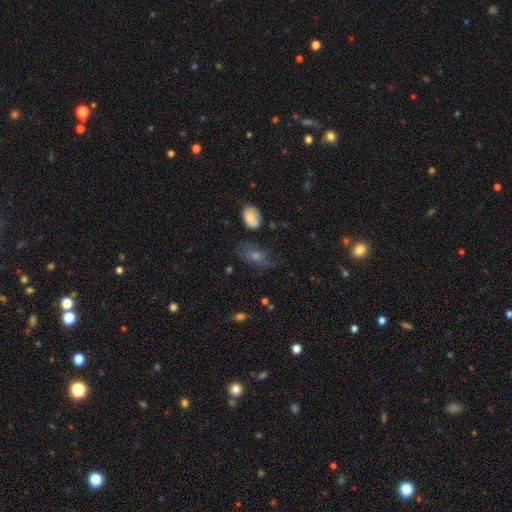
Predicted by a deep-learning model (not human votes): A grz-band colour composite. It shows a smooth galaxy with no disk features (48%). Merging: none (66%).